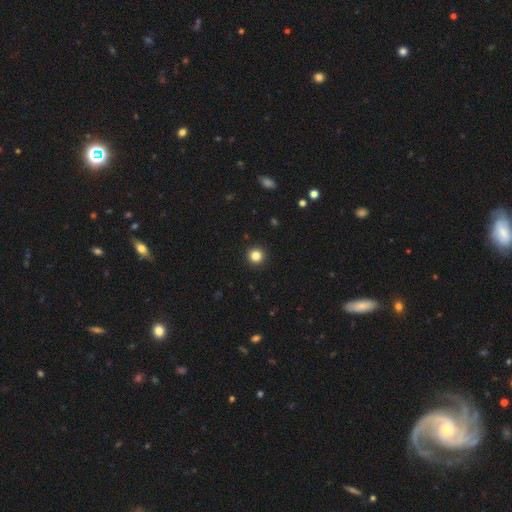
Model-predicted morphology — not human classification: A smooth galaxy with no disk features (84%) that is round (96%).

Vote fractions:
- Smooth or featured? smooth: 84% / star or artifact: 12% / featured or disk: 4%
- How rounded? round: 96% / in between: 3% / cigar-shaped: 1%
- Merging? none: 94% / minor disturbance: 4% / major disturbance: 1% / merger: 1%